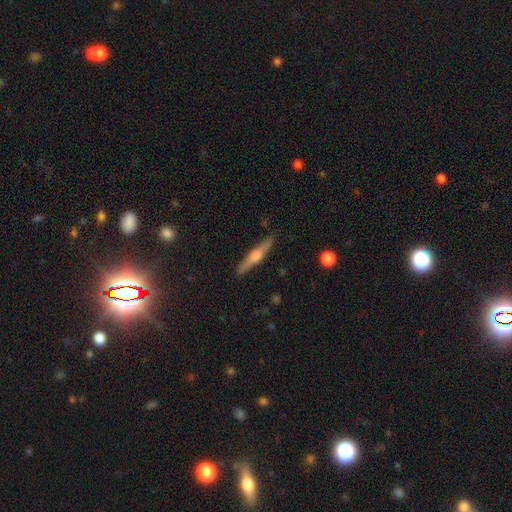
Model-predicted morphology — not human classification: Smooth or featured: featured or disk — 65% (smooth — 29%)
Edge-on disk: yes — 97% (no — 3%)
Edge-on bulge: rounded — 91% (boxy — 5%)
Merging: none — 90% (minor disturbance — 8%)